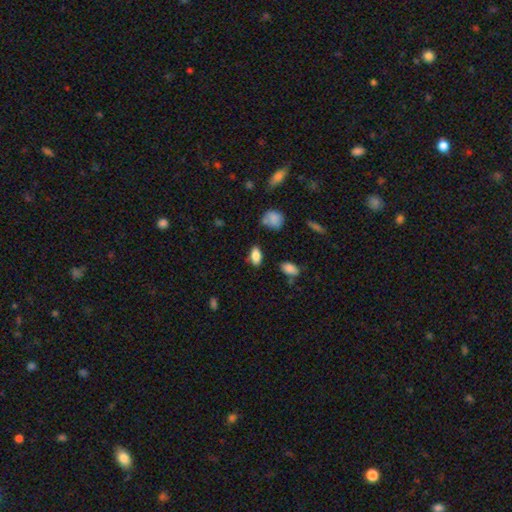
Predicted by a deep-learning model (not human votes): This is clearly a smooth galaxy (82%). How rounded: clearly in between (88%). Merging: likely none (77%).